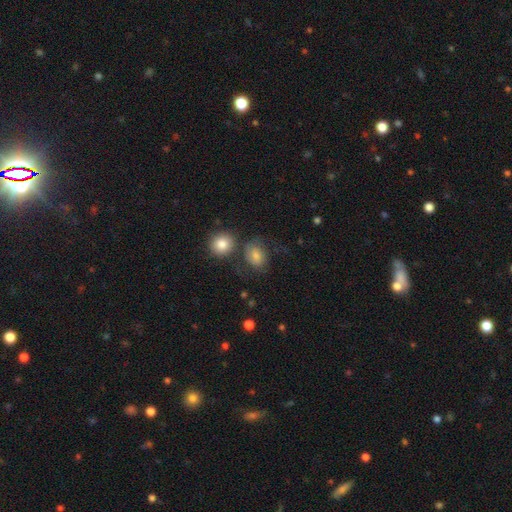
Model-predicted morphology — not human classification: smooth-or-featured: smooth: 74% | featured or disk: 15% | star or artifact: 10%
  how-rounded: in between: 57% | round: 41% | cigar-shaped: 1%
  merging: none: 54% | minor disturbance: 20% | merger: 13% | major disturbance: 13%